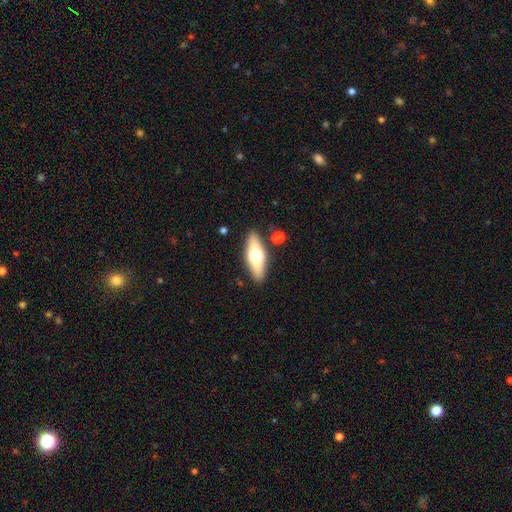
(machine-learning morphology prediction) A smooth galaxy with no disk features (52%) that is in between round and cigar-shaped (59%). Merging: none (85%).